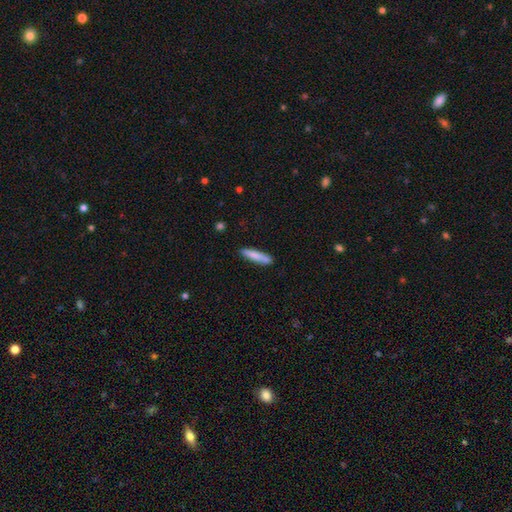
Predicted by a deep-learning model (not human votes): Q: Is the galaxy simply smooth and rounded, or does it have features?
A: smooth — 79%.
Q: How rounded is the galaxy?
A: cigar-shaped — 86%.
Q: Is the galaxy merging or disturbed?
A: none — 81%.